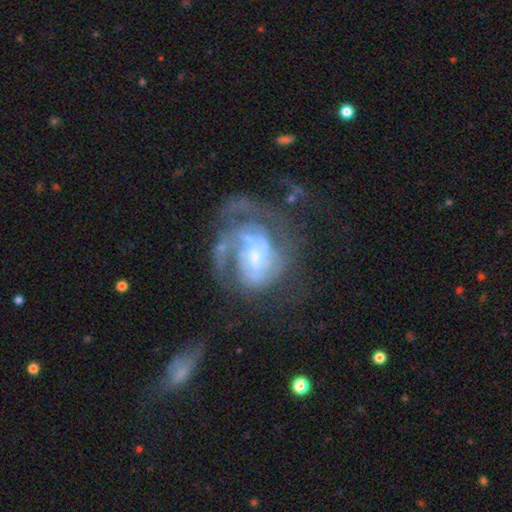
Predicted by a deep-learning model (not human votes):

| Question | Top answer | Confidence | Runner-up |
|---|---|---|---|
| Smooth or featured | featured or disk | 81% | smooth (12%) |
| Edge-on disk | no | 98% | yes (2%) |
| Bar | no | 46% | weak (42%) |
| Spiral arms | yes | 83% | no (17%) |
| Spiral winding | tight | 44% | medium (38%) |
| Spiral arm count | can't tell | 36% | 2 (29%) |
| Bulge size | small | 57% | moderate (31%) |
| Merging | none | 38% | major disturbance (37%) |